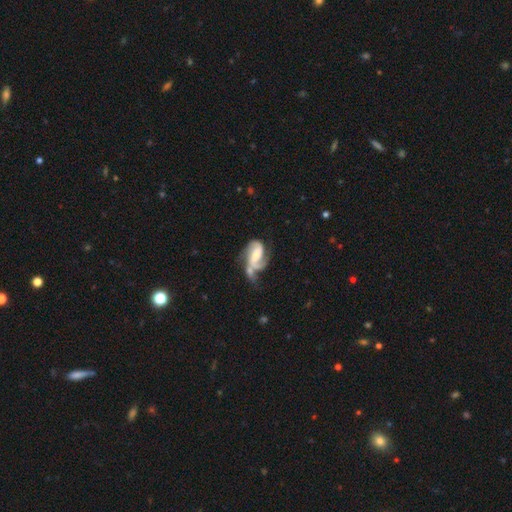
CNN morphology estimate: Smooth or featured?
  - featured or disk: 80% *
  - smooth: 14%
  - star or artifact: 6%
Edge-on disk?
  - no: 97% *
  - yes: 3%
Bar?
  - weak: 40% *
  - no: 37%
  - strong: 23%
Spiral arms?
  - yes: 93% *
  - no: 7%
Spiral winding?
  - medium: 47% *
  - loose: 31%
  - tight: 23%
Spiral arm count?
  - 2: 69% *
  - 1: 10%
  - 3: 10%
  - can't tell: 7%
  - 4: 2%
  - more than 4: 2%
Bulge size?
  - moderate: 36% *
  - small: 34%
  - none: 16%
  - large: 12%
  - dominant: 2%
Merging?
  - major disturbance: 30% *
  - none: 27%
  - merger: 23%
  - minor disturbance: 20%